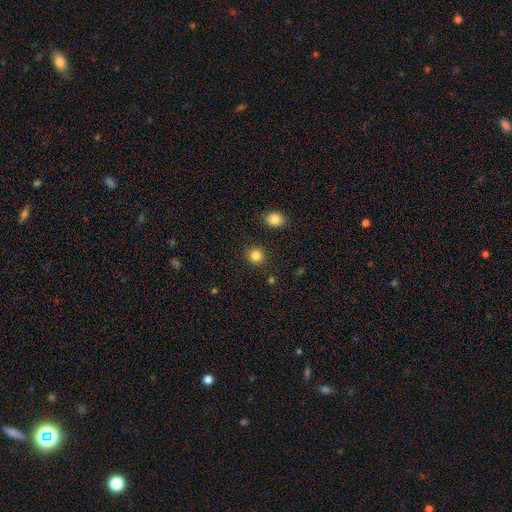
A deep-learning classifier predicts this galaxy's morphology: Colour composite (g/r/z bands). It shows a smooth galaxy with no disk features (84%) that is round (84%). Merging: none (89%).